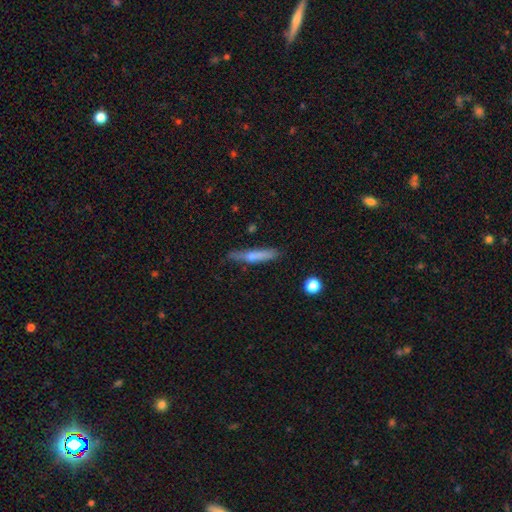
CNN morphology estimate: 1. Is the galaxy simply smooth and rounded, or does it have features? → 63% smooth, 30% featured or disk, 7% star or artifact.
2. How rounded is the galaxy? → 90% cigar-shaped, 8% in between, 2% round.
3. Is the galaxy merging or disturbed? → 76% none, 18% minor disturbance, 4% major disturbance, 3% merger.